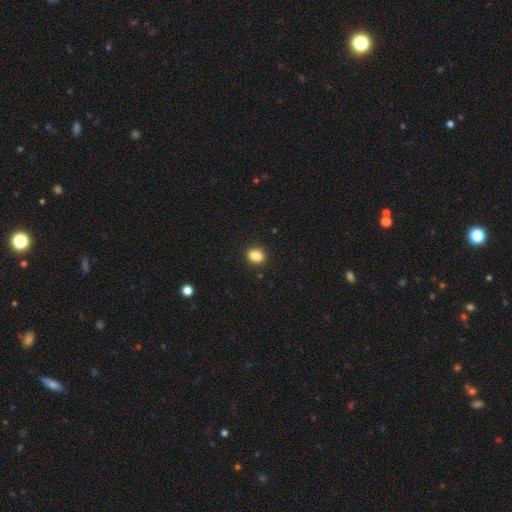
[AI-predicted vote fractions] Morphology: type=smooth (87%); roundness=in between (56%); merging=none (90%).